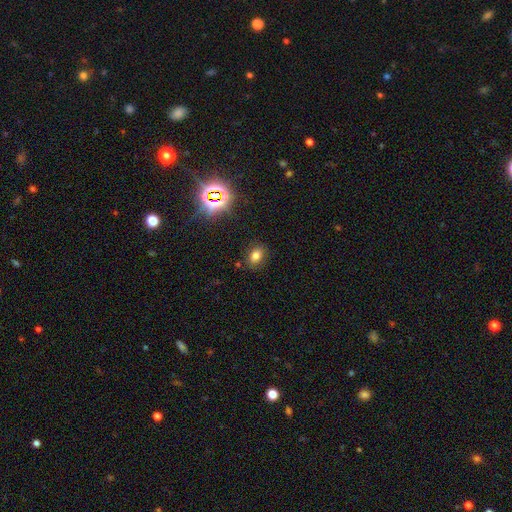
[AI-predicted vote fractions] Smooth or featured? smooth (72%)
How rounded? in between (73%)
Merging? none (84%)